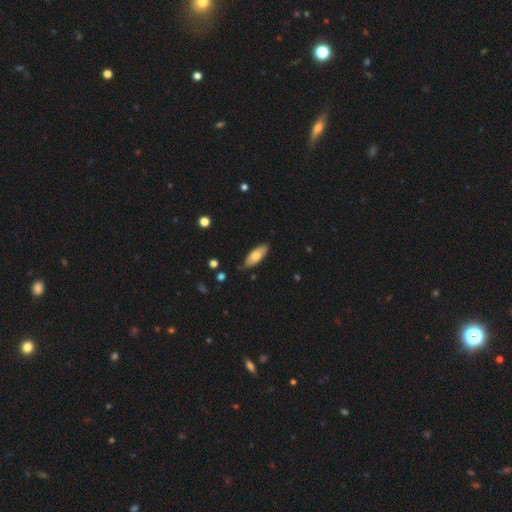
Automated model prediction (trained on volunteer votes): The model was most divided on "how rounded": in between: 72%, cigar-shaped: 26%, round: 2%. More confident: merging — none (85%); smooth or featured — smooth (71%).